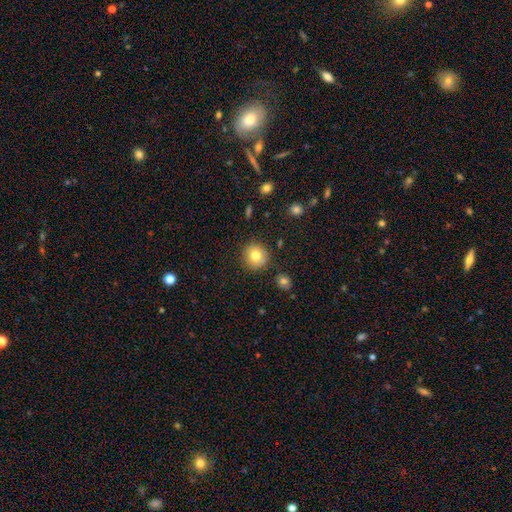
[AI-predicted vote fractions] Smooth or featured: smooth — 78% (featured or disk — 12%)
How rounded: round — 92% (in between — 7%)
Merging: none — 87% (minor disturbance — 9%)